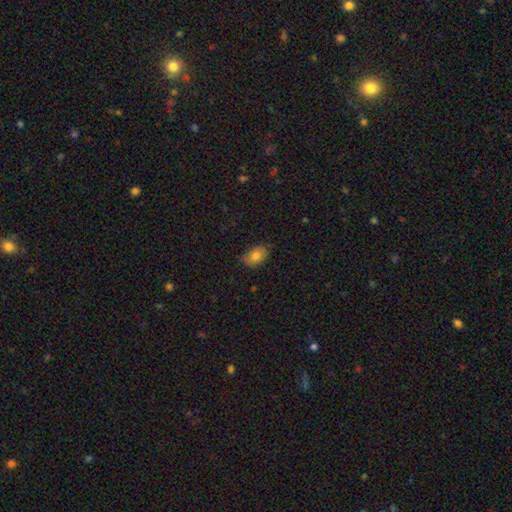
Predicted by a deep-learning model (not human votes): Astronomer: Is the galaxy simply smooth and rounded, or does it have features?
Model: smooth — 78%.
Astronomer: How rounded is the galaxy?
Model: in between — 84%.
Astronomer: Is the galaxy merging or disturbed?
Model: none — 68%.